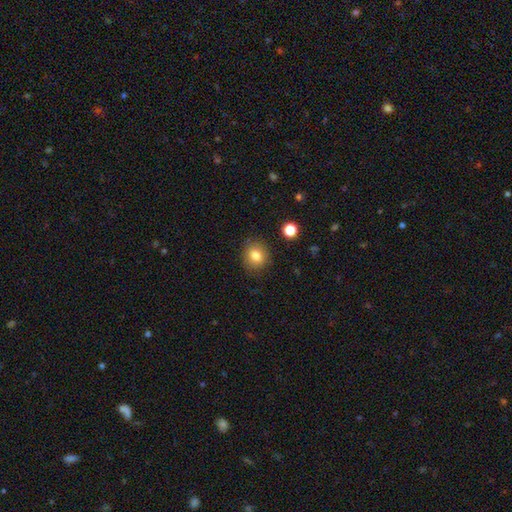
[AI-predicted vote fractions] The model was most divided on "how rounded": round: 76%, in between: 23%, cigar-shaped: 1%. More confident: merging — none (86%); smooth or featured — smooth (81%).